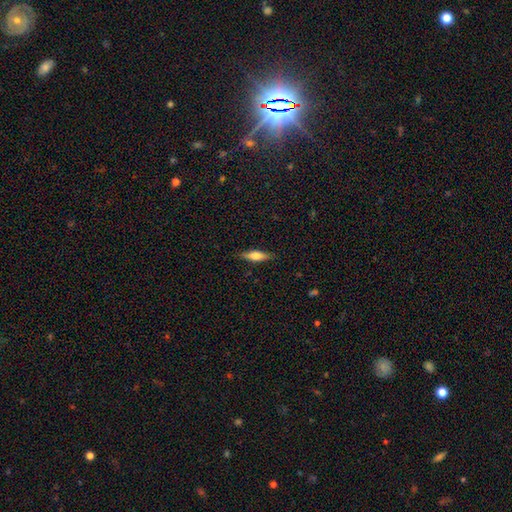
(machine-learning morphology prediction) Smooth or featured? Predicted: smooth (p=0.59). How rounded? Predicted: cigar-shaped (p=0.57). Merging? Predicted: none (p=0.86).